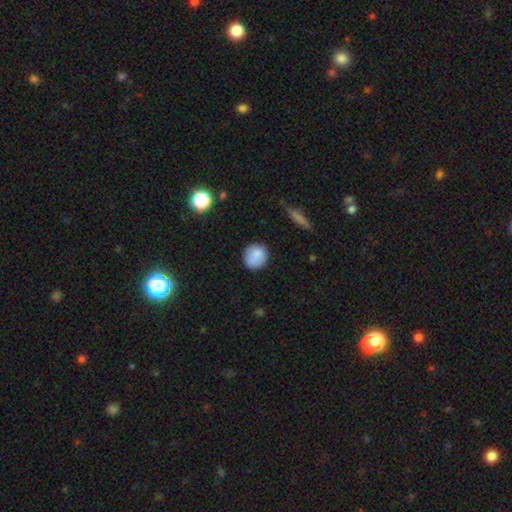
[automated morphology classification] type=smooth (83%); roundness=round (86%); merging=none (77%).